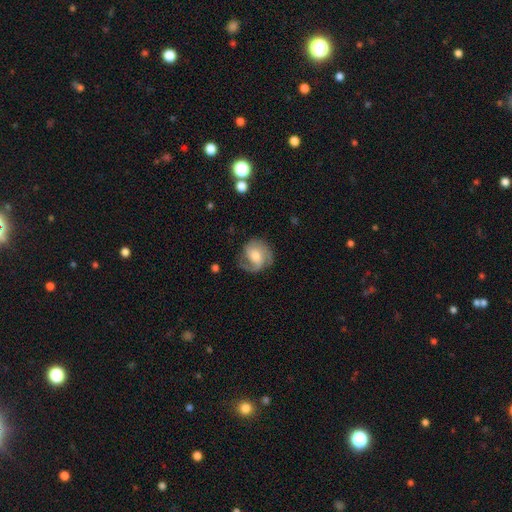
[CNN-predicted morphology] featured or disk 72%, smooth 22%, star or artifact 6%. Down the decision tree: edge-on disk — no (98%); bar — no (49%); spiral arms — yes (93%); spiral arm count — 2 (48%); spiral winding — medium (45%); bulge size — moderate (60%); merging — none (66%).